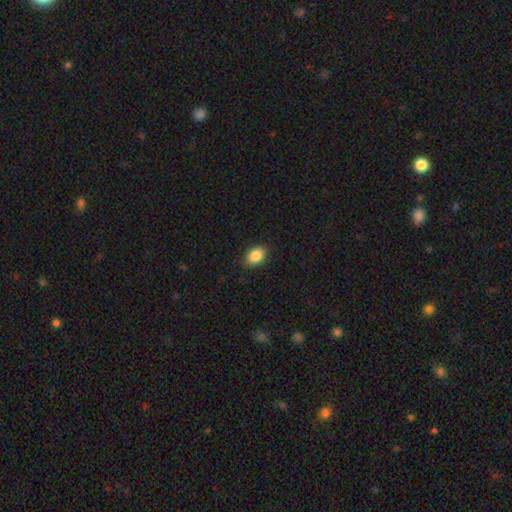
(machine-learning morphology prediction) smooth-or-featured: smooth: 87% | star or artifact: 8% | featured or disk: 5%
  how-rounded: in between: 79% | round: 19% | cigar-shaped: 1%
  merging: none: 86% | minor disturbance: 10% | major disturbance: 2% | merger: 1%